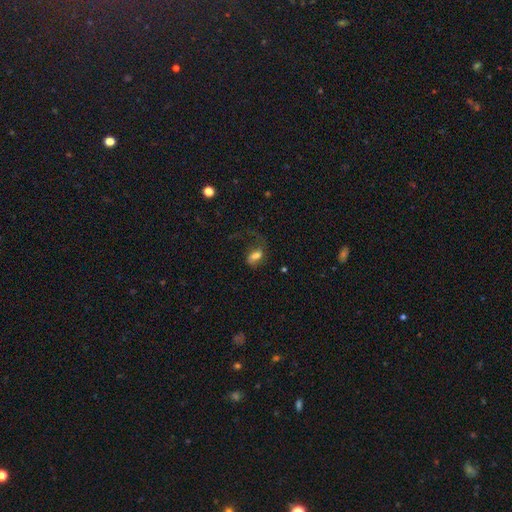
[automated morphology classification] Overall: smooth (51%; featured or disk 37%). How rounded: in between (82%). Merging: major disturbance (43%; none 34%).